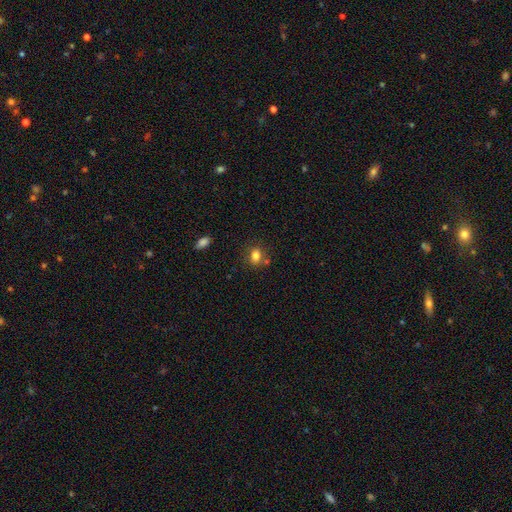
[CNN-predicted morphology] Smooth or featured: smooth — 80% (star or artifact — 11%)
How rounded: in between — 56% (round — 42%)
Merging: none — 69% (minor disturbance — 14%)